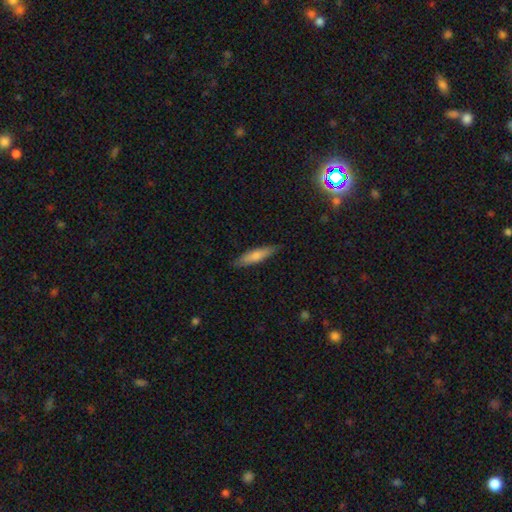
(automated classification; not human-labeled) Smooth or featured: smooth — 74% (featured or disk — 21%)
How rounded: cigar-shaped — 76% (in between — 23%)
Merging: none — 85% (minor disturbance — 12%)